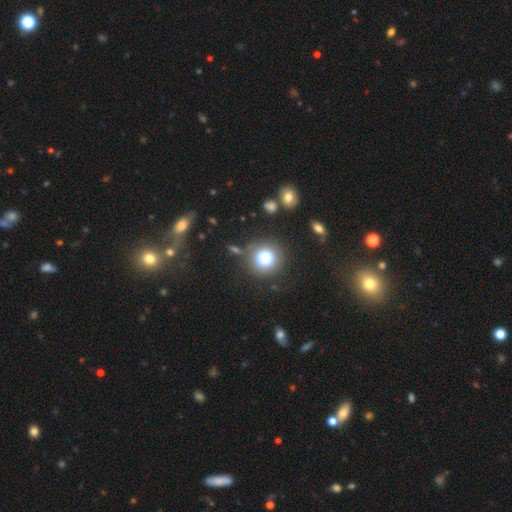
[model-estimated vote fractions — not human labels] A smooth galaxy with no disk features (64%) that is round (90%). Merging: none (80%).